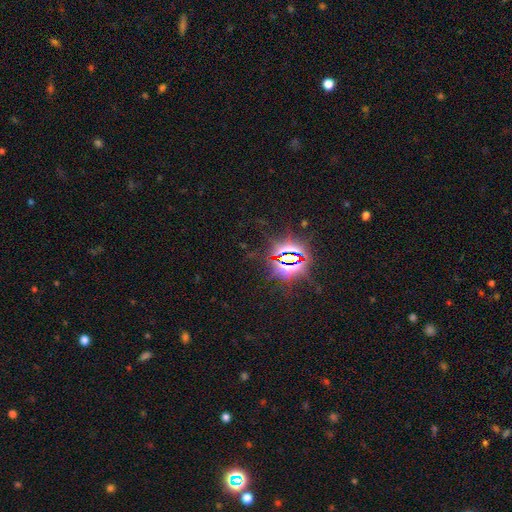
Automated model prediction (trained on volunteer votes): This is clearly a star or artifact rather than a galaxy (82%).